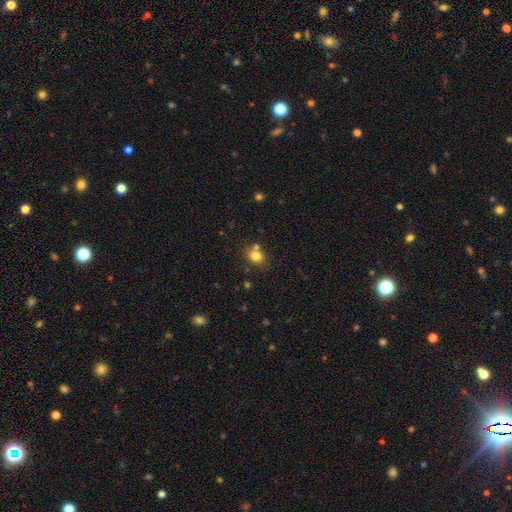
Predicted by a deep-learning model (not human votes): Smooth or featured? smooth (79%)
How rounded? round (50%)
Merging? none (63%)